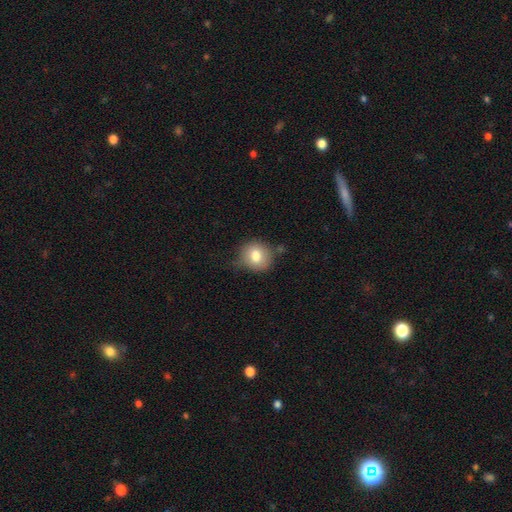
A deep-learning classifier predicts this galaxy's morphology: Smooth or featured: smooth — 77% (featured or disk — 14%)
How rounded: round — 81% (in between — 18%)
Merging: none — 68% (minor disturbance — 23%)